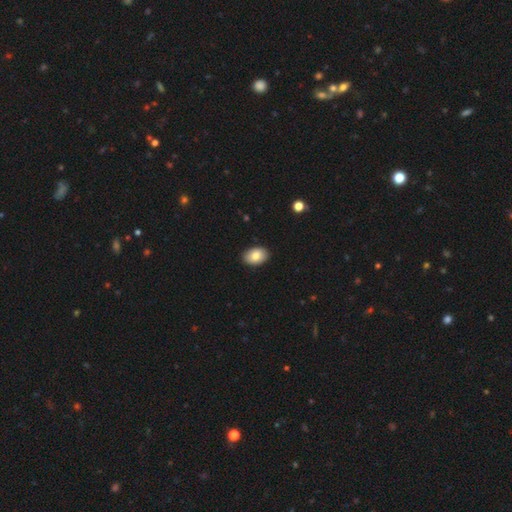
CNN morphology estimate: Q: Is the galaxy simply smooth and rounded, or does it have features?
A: smooth — 82%.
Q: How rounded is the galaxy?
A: in between — 87%.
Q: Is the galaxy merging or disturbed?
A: none — 90%.